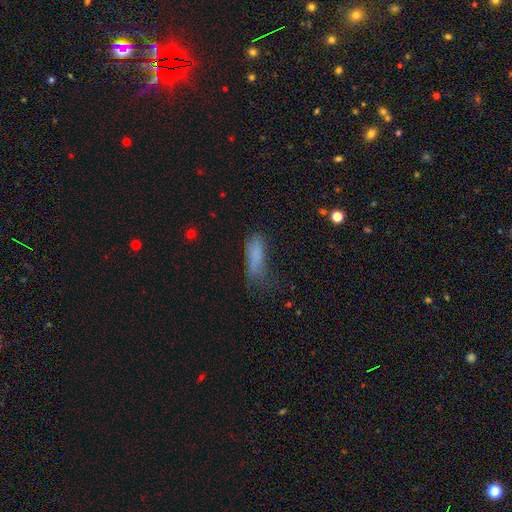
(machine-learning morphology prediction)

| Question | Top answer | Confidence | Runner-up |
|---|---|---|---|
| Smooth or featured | smooth | 74% | featured or disk (13%) |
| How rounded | in between | 53% | cigar-shaped (44%) |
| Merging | none | 35% | minor disturbance (32%) |